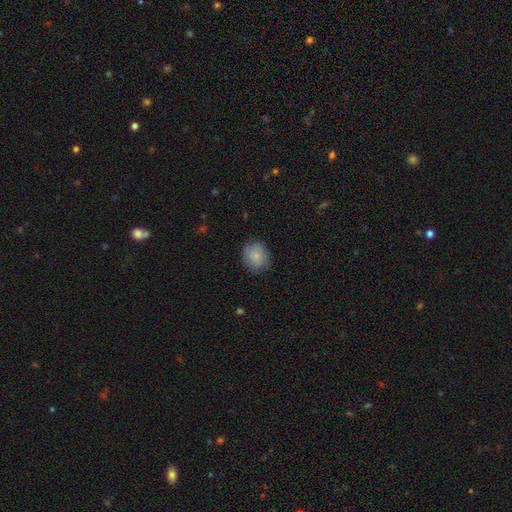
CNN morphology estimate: smooth 82%, featured or disk 10%, star or artifact 7%. Down the decision tree: how rounded — round (76%); merging — none (82%).